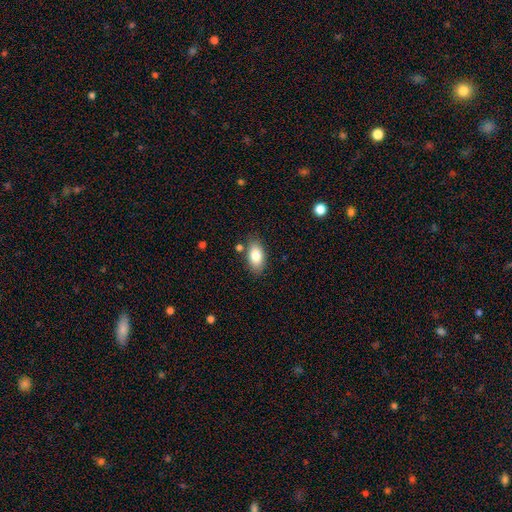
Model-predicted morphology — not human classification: smooth 82%, featured or disk 11%, star or artifact 7%. Down the decision tree: how rounded — in between (92%); merging — none (81%).